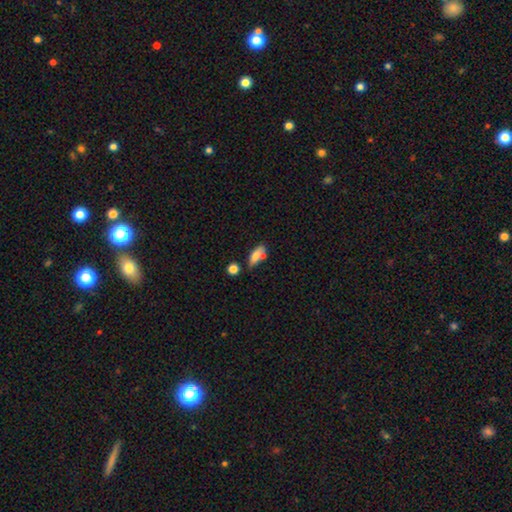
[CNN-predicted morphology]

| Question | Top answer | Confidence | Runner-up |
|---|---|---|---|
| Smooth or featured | smooth | 69% | featured or disk (22%) |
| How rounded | in between | 72% | cigar-shaped (23%) |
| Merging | none | 44% | merger (25%) |